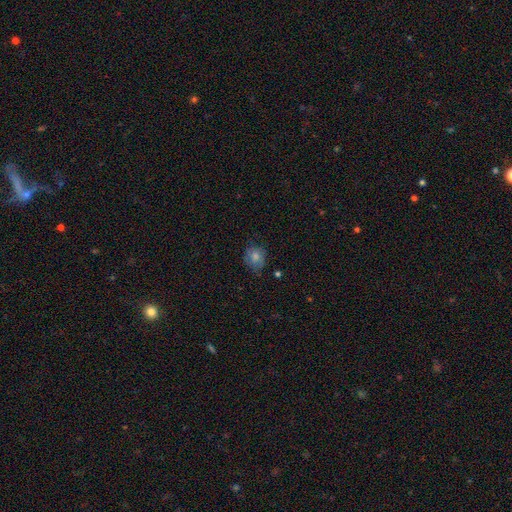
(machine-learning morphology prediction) smooth-or-featured: smooth: 64% | featured or disk: 22% | star or artifact: 14%
  how-rounded: round: 70% | in between: 29% | cigar-shaped: 1%
  merging: none: 70% | minor disturbance: 22% | major disturbance: 7% | merger: 2%